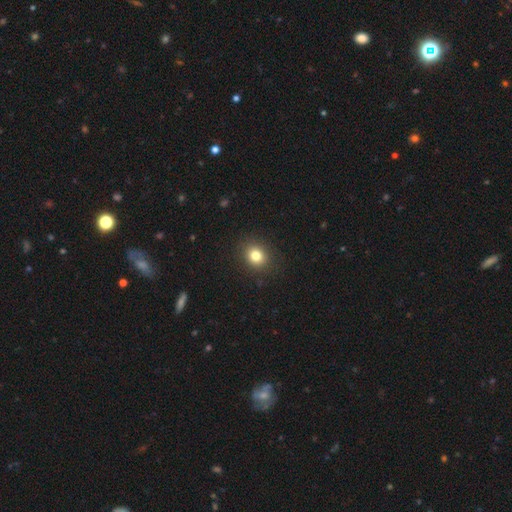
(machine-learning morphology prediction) A smooth galaxy with no disk features (81%) that is round (68%).

Vote fractions:
- Smooth or featured? smooth: 81% / star or artifact: 12% / featured or disk: 7%
- How rounded? round: 68% / in between: 31% / cigar-shaped: 1%
- Merging? none: 89% / minor disturbance: 7% / major disturbance: 2% / merger: 1%